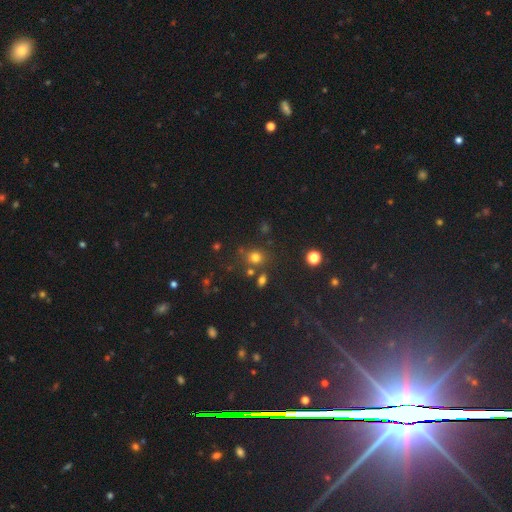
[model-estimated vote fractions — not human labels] smooth-or-featured: smooth: 59% | star or artifact: 33% | featured or disk: 8%
  how-rounded: round: 80% | in between: 19% | cigar-shaped: 1%
  merging: none: 74% | merger: 11% | minor disturbance: 10% | major disturbance: 4%